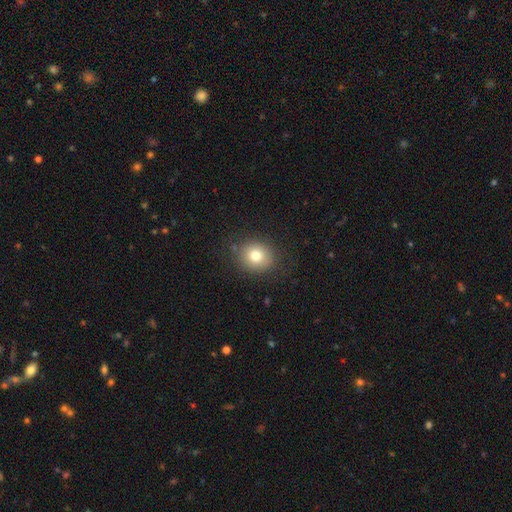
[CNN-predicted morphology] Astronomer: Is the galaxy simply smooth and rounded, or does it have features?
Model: smooth — 78%.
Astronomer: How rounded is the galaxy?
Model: round — 77%.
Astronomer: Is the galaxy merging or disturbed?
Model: none — 85%.